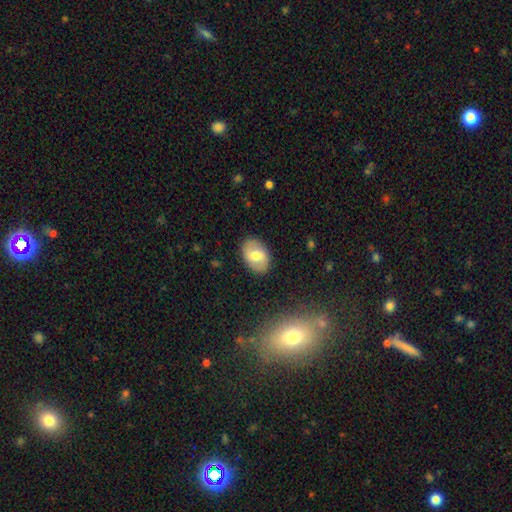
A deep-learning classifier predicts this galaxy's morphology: smooth_or_featured: smooth (p=0.58) [alt: featured or disk p=0.35]
how_rounded: in between (p=0.82) [alt: round p=0.17]
merging: none (p=0.86) [alt: minor disturbance p=0.10]